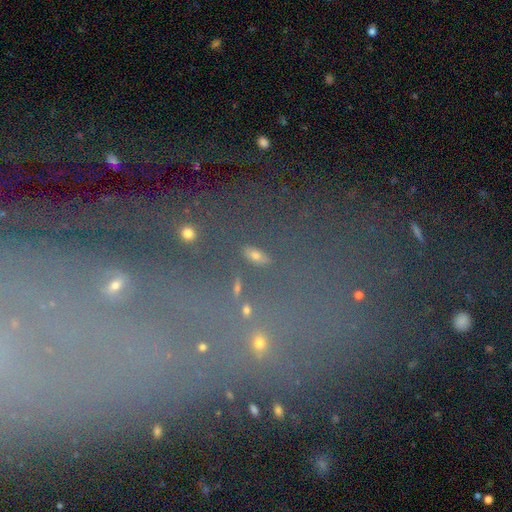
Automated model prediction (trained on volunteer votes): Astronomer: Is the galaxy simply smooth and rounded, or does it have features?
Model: smooth — 56%.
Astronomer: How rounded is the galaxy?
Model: in between — 60%.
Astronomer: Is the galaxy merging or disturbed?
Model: none — 80%.